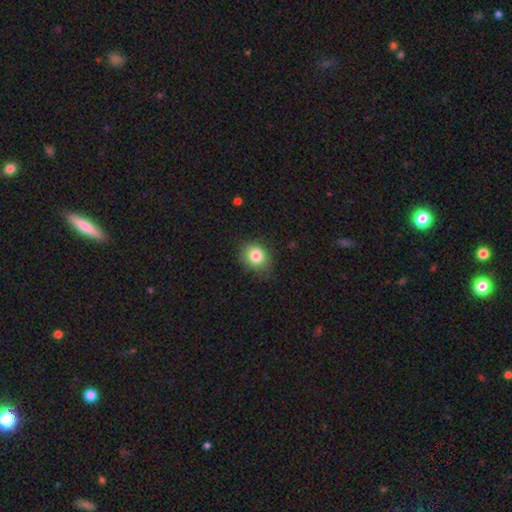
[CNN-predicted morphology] A smooth galaxy with no disk features (82%) that is round (67%). Merging: none (76%).